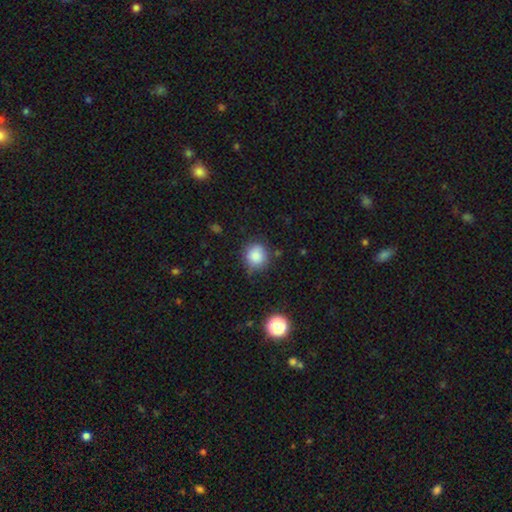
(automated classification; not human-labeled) Q: Smooth or featured?
A: smooth (84%); runner-up: star or artifact (10%)
Q: How rounded?
A: round (87%); runner-up: in between (12%)
Q: Merging?
A: none (76%); runner-up: minor disturbance (18%)